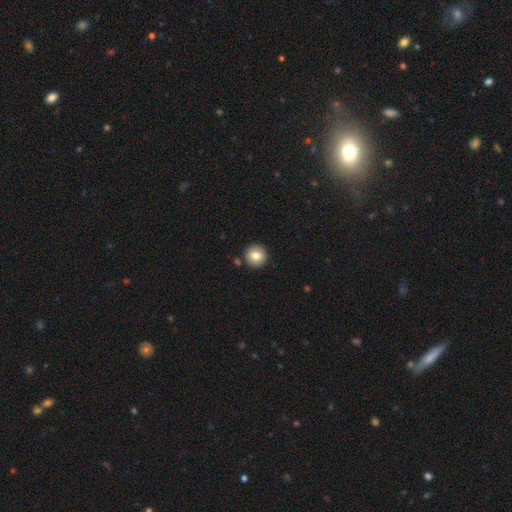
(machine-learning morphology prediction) Smooth or featured?
  - smooth: 80% *
  - featured or disk: 11%
  - star or artifact: 9%
How rounded?
  - round: 94% *
  - in between: 5%
  - cigar-shaped: 1%
Merging?
  - none: 89% *
  - minor disturbance: 6%
  - merger: 3%
  - major disturbance: 2%